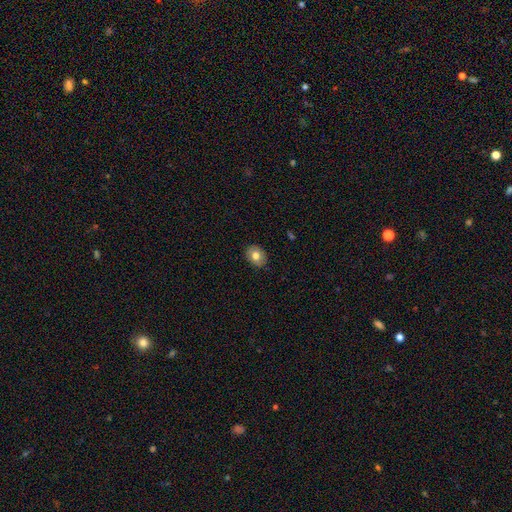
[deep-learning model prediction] smooth-or-featured: smooth: 75% | featured or disk: 16% | star or artifact: 8%
  how-rounded: in between: 51% | round: 48% | cigar-shaped: 1%
  merging: none: 88% | minor disturbance: 9% | major disturbance: 2% | merger: 1%